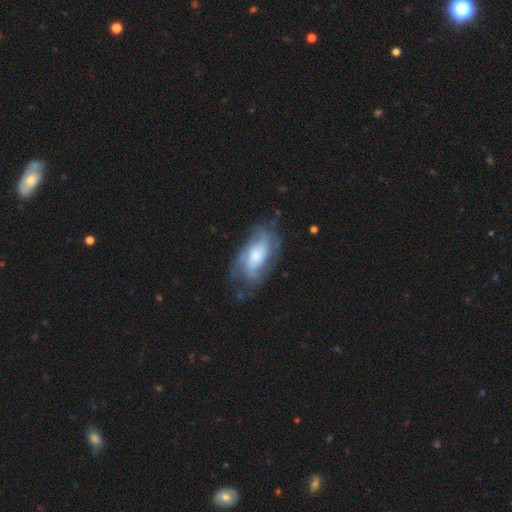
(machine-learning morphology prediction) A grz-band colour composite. It shows a featured or disk galaxy (68%) with no bar (64%), medium (41%) spiral arms (85%) and a moderate central bulge (42%). Merging: none (62%).